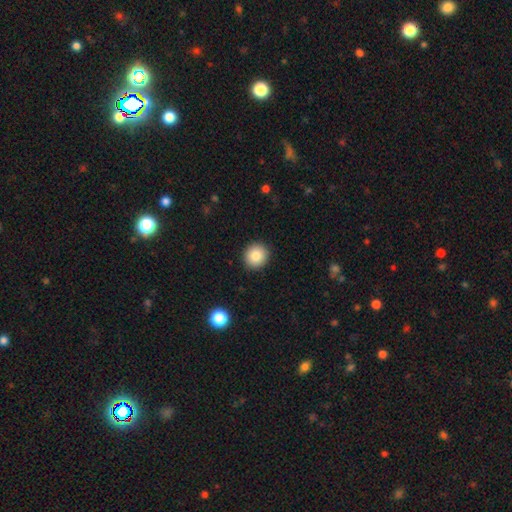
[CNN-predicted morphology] Smooth or featured? smooth (84%)
How rounded? round (91%)
Merging? none (92%)